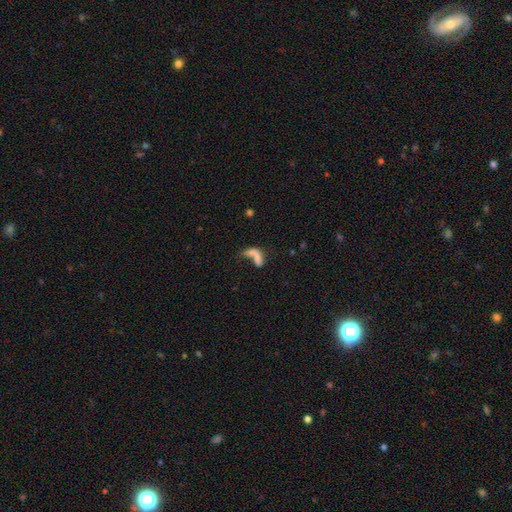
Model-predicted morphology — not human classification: A smooth galaxy with no disk features (56%) that is in between round and cigar-shaped (63%). Merging: merger (42%).